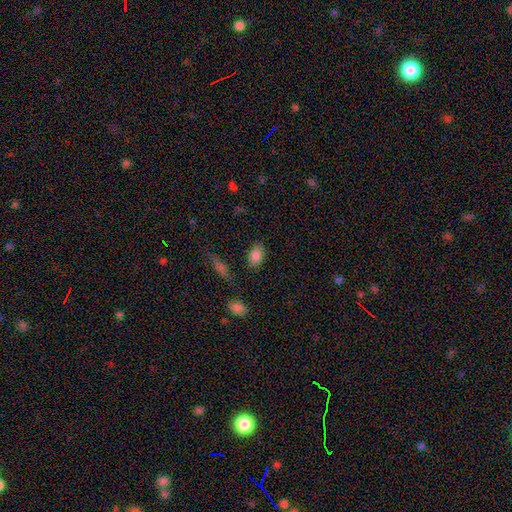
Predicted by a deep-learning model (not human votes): smooth_or_featured: smooth (p=0.84) [alt: star or artifact p=0.09]
how_rounded: in between (p=0.86) [alt: round p=0.12]
merging: none (p=0.82) [alt: minor disturbance p=0.12]